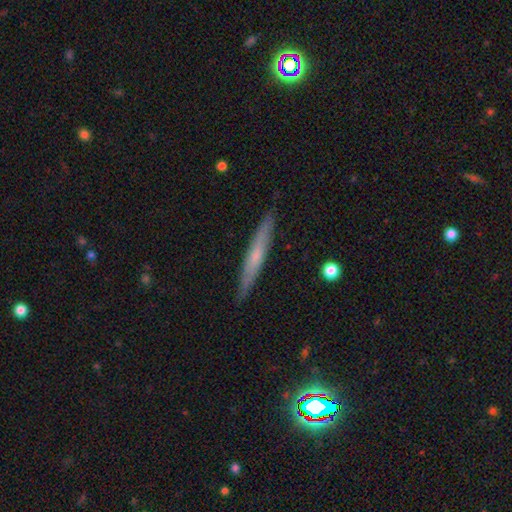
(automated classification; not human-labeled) smooth_or_featured: featured or disk (p=0.48) [alt: smooth p=0.46]
merging: none (p=0.88) [alt: minor disturbance p=0.09]